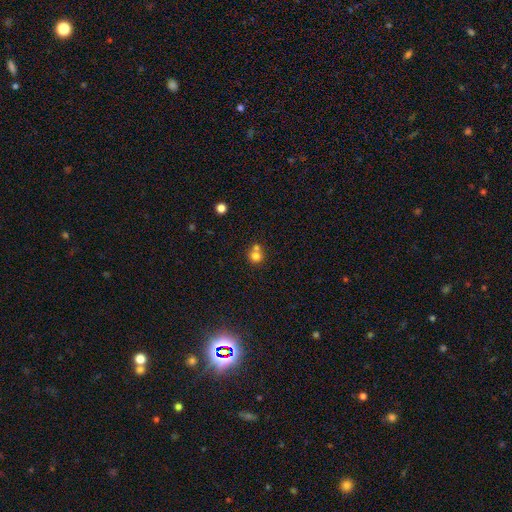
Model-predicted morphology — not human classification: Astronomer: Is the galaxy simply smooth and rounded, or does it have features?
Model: smooth — 75%.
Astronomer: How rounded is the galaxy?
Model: round — 87%.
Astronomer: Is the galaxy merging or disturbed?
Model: merger — 46% (runner-up: none, 45%).